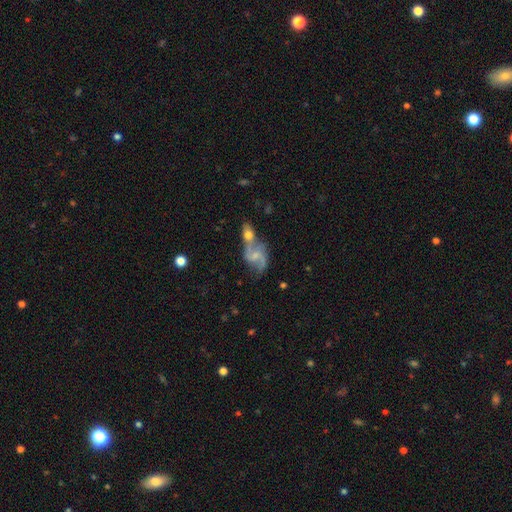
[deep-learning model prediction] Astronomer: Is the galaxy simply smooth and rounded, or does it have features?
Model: featured or disk — 75%.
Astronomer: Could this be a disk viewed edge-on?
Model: no — 97%.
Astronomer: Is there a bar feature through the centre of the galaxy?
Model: weak — 48% (runner-up: no, 40%).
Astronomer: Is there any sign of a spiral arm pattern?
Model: yes — 91%.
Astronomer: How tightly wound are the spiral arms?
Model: loose — 57% (runner-up: medium, 35%).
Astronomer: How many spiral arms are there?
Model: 2 — 89%.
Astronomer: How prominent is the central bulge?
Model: small — 41% (runner-up: moderate, 28%).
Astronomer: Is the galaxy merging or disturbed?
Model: merger — 54%.